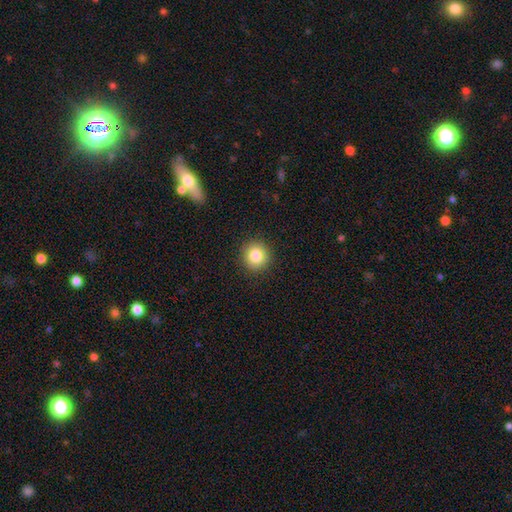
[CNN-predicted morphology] Smooth or featured?
  - smooth: 83% *
  - star or artifact: 10%
  - featured or disk: 7%
How rounded?
  - round: 92% *
  - in between: 7%
  - cigar-shaped: 1%
Merging?
  - none: 91% *
  - minor disturbance: 6%
  - major disturbance: 2%
  - merger: 1%